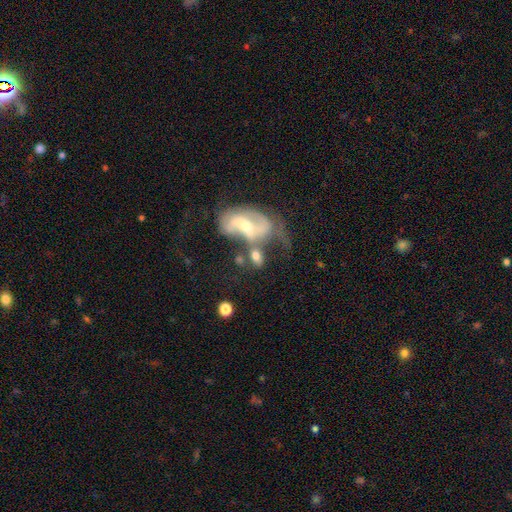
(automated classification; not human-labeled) A smooth galaxy with no disk features (49%). Merging: merger (45%).